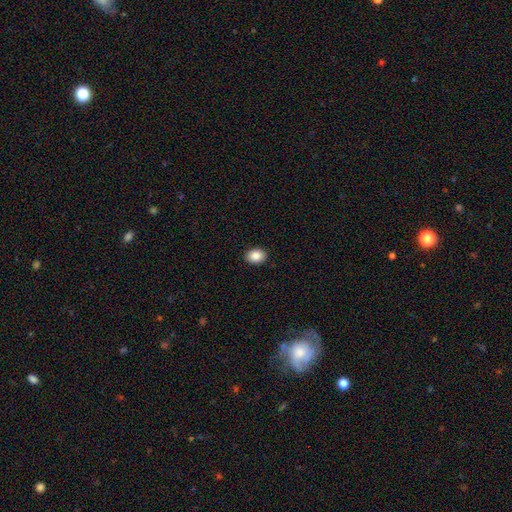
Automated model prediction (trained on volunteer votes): Morphology: type=smooth (87%); roundness=in between (70%); merging=none (91%).